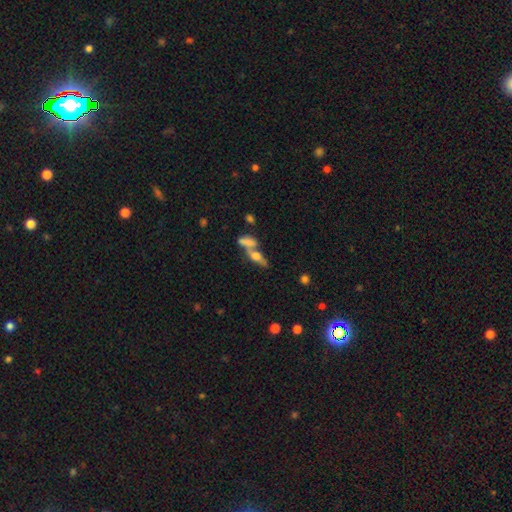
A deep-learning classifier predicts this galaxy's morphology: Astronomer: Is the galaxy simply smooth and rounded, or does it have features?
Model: featured or disk — 45% (runner-up: smooth, 43%).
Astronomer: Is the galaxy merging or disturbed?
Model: merger — 47% (runner-up: none, 37%).